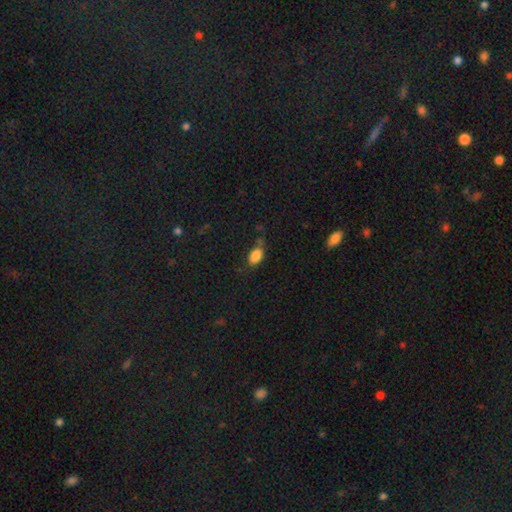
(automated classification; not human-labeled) Morphology: type=smooth (86%); roundness=in between (88%); merging=none (63%).